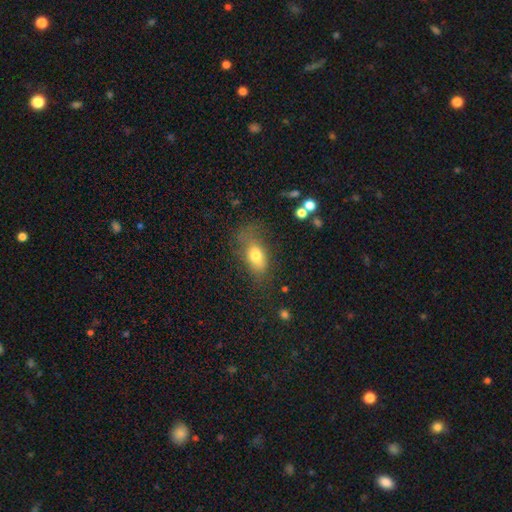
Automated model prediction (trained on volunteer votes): This appears to be a smooth galaxy with no disk features (73%) that is in between round and cigar-shaped (84%). Merging: none (49%).